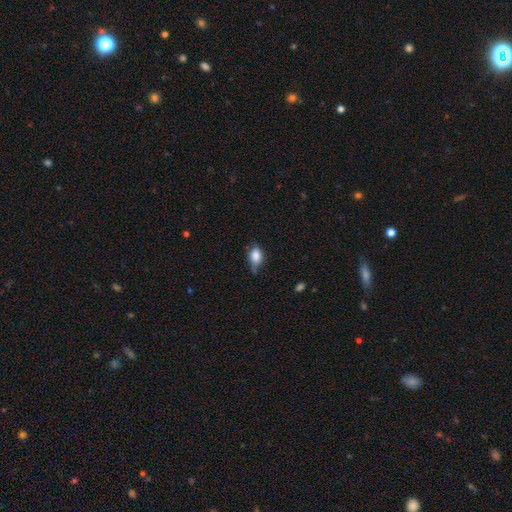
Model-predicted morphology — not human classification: The model was most divided on "merging": none: 45%, minor disturbance: 41%, major disturbance: 12%, merger: 3%. More confident: how rounded — in between (82%); smooth or featured — smooth (72%).